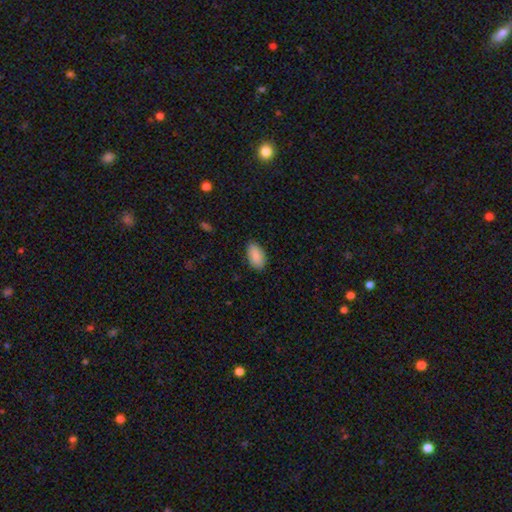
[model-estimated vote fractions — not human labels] Q: Smooth or featured?
A: smooth (89%); runner-up: star or artifact (6%)
Q: How rounded?
A: in between (94%); runner-up: round (3%)
Q: Merging?
A: none (83%); runner-up: minor disturbance (14%)